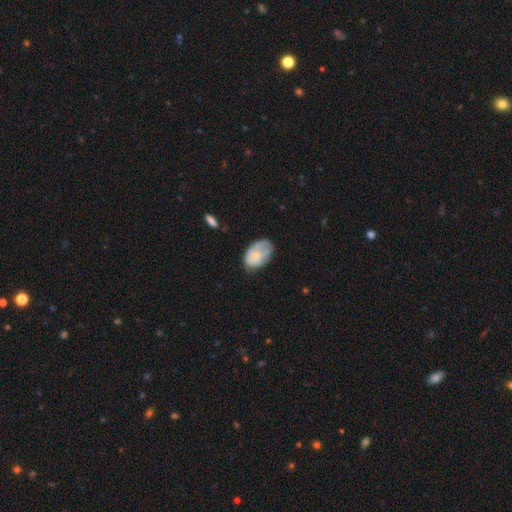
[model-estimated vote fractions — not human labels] The model was most divided on "merging": none: 45%, minor disturbance: 36%, major disturbance: 16%, merger: 3%. More confident: how rounded — in between (87%); smooth or featured — smooth (59%).